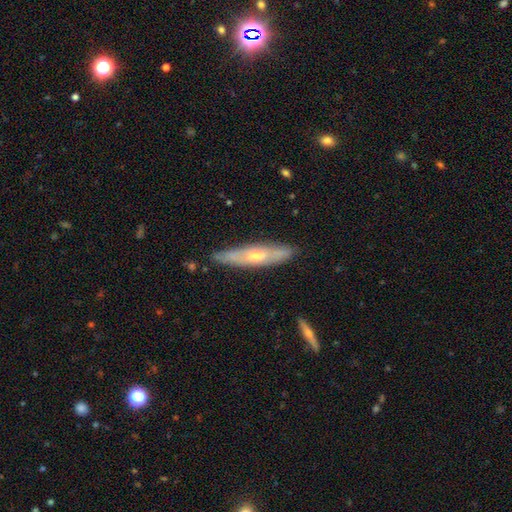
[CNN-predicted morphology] A featured or disk galaxy (58%) viewed edge-on (64%).

Vote fractions:
- Smooth or featured? featured or disk: 58% / smooth: 36% / star or artifact: 6%
- Edge-on disk? yes: 64% / no: 36%
- Merging? none: 80% / minor disturbance: 16% / major disturbance: 3% / merger: 2%